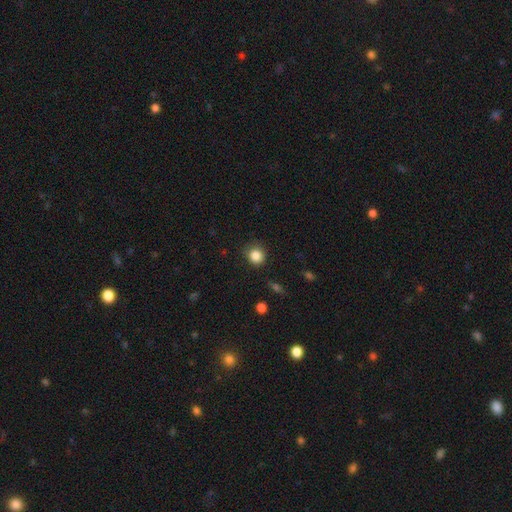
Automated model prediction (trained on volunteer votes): Smooth or featured: smooth — 85% (star or artifact — 11%)
How rounded: round — 84% (in between — 15%)
Merging: none — 78% (minor disturbance — 17%)